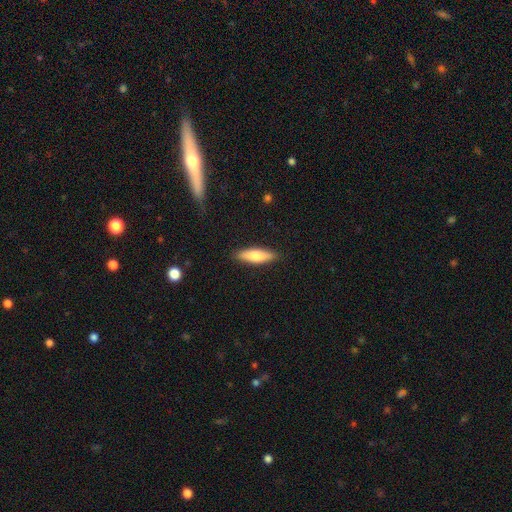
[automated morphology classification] Q: Smooth or featured?
A: smooth (74%); runner-up: featured or disk (20%)
Q: How rounded?
A: cigar-shaped (56%); runner-up: in between (42%)
Q: Merging?
A: none (88%); runner-up: minor disturbance (9%)